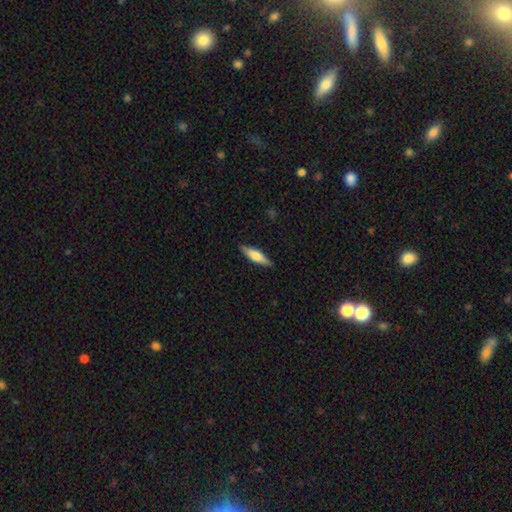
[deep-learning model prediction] Smooth or featured? smooth (55%)
How rounded? cigar-shaped (62%)
Merging? none (88%)